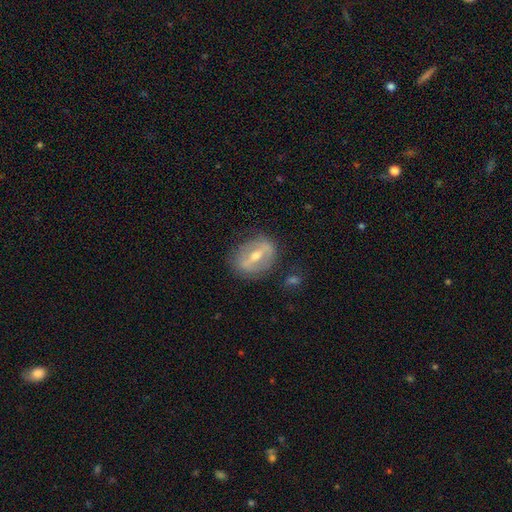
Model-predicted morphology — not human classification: This appears to be a featured or disk galaxy (69%) with a strong bar (63%), no spiral arms (70%) and a moderate central bulge (65%). Merging: none (79%).